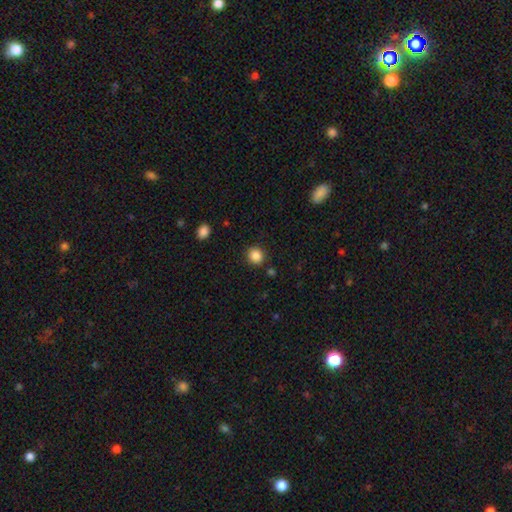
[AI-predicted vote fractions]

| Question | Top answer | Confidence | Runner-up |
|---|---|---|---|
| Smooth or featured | smooth | 86% | star or artifact (10%) |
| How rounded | round | 89% | in between (10%) |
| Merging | none | 89% | minor disturbance (6%) |